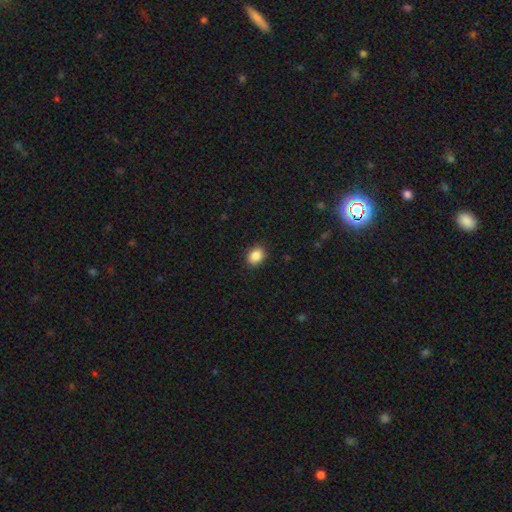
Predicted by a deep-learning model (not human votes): This is clearly a smooth galaxy (87%). How rounded: possibly in between (56%). Merging: clearly none (89%).